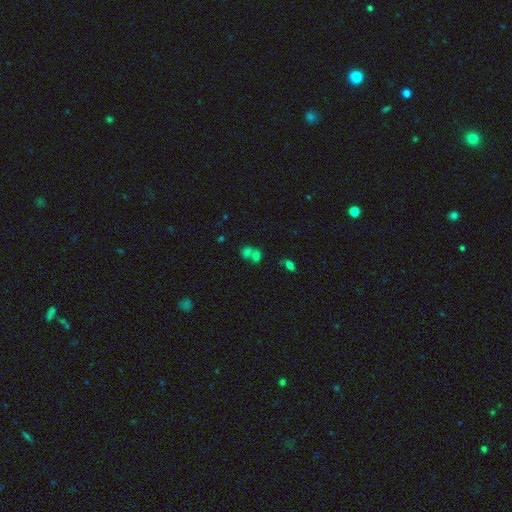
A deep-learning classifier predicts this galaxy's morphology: Smooth or featured? smooth (64%)
How rounded? round (51%)
Merging? merger (55%)